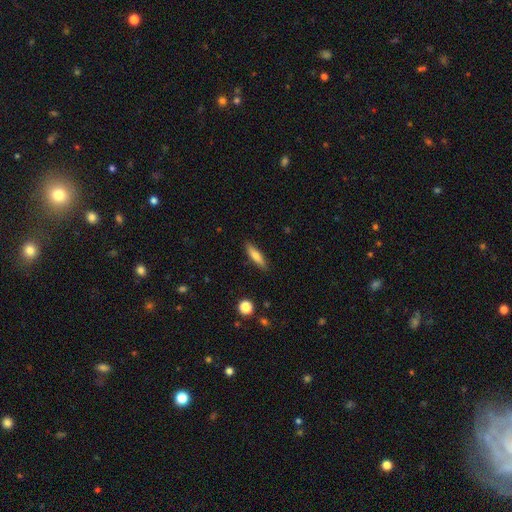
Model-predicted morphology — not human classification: The model was most divided on "how rounded": cigar-shaped: 70%, in between: 28%, round: 2%. More confident: merging — none (88%); smooth or featured — smooth (72%).